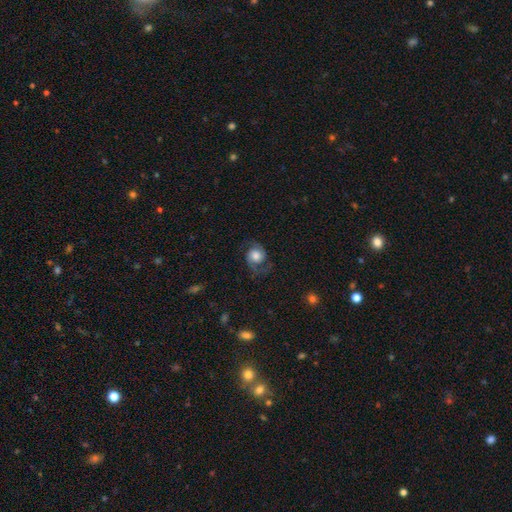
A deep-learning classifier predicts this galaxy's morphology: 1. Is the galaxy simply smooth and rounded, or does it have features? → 67% featured or disk, 25% smooth, 8% star or artifact.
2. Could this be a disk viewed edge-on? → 98% no, 2% yes.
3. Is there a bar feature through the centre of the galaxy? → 72% no, 24% weak, 4% strong.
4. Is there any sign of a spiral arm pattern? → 94% yes, 6% no.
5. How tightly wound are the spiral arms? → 48% medium, 34% loose, 18% tight.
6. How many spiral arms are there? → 90% 2, 4% 1, 3% can't tell, 1% 3, 1% 4, 1% more than 4.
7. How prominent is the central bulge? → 43% large, 35% moderate, 9% dominant, 9% small, 4% none.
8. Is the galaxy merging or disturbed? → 69% none, 17% minor disturbance, 12% major disturbance, 1% merger.